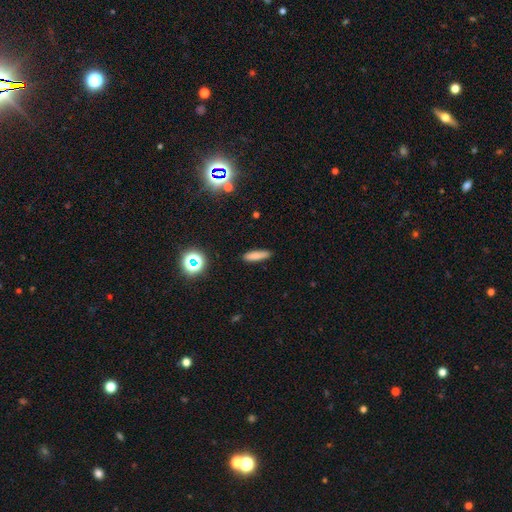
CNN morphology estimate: The model was most divided on "how rounded": cigar-shaped: 75%, in between: 23%, round: 3%. More confident: merging — none (88%); smooth or featured — smooth (81%).